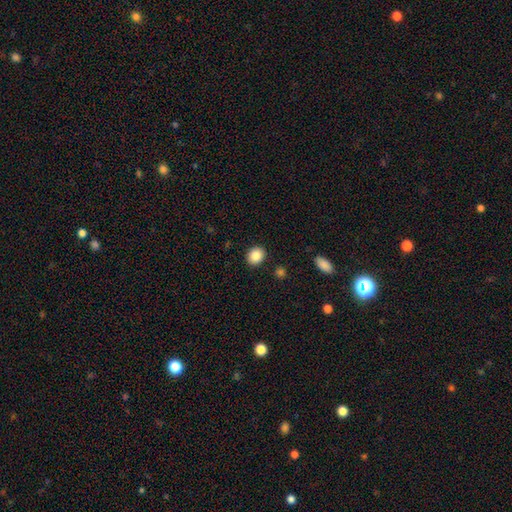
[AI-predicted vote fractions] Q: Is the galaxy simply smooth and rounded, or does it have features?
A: smooth — 86%.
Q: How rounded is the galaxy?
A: round — 66%.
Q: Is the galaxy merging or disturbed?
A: none — 90%.